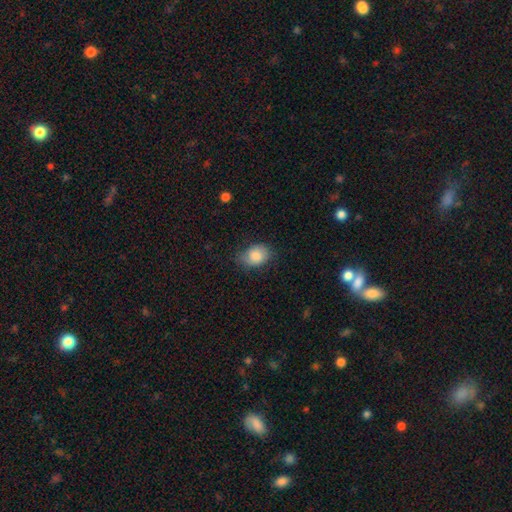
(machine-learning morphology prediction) A smooth galaxy with no disk features (81%) that is in between round and cigar-shaped (68%). Merging: none (65%).